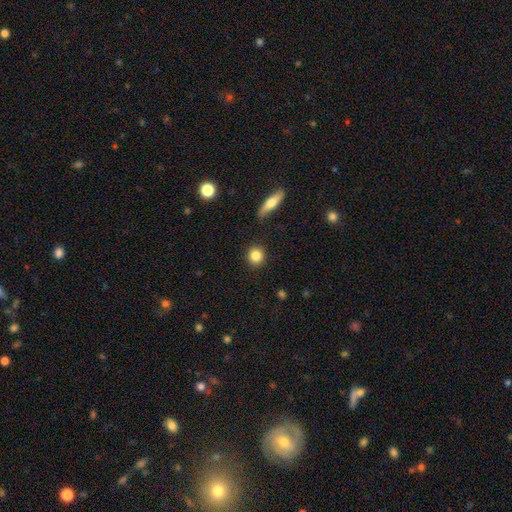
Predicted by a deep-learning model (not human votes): Smooth or featured? smooth (85%)
How rounded? round (87%)
Merging? none (90%)